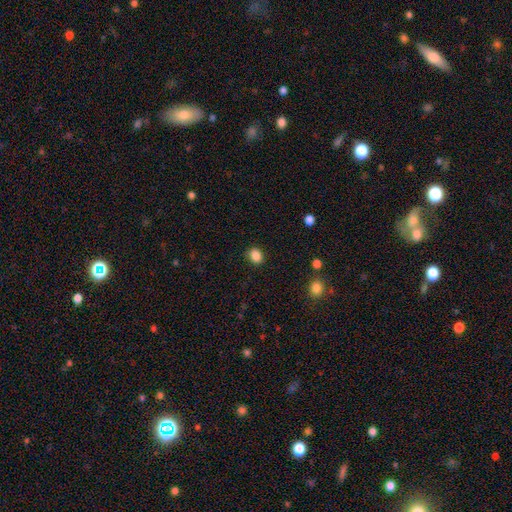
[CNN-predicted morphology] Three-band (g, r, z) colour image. It shows a smooth galaxy with no disk features (86%) that is in between round and cigar-shaped (52%). Merging: none (81%).